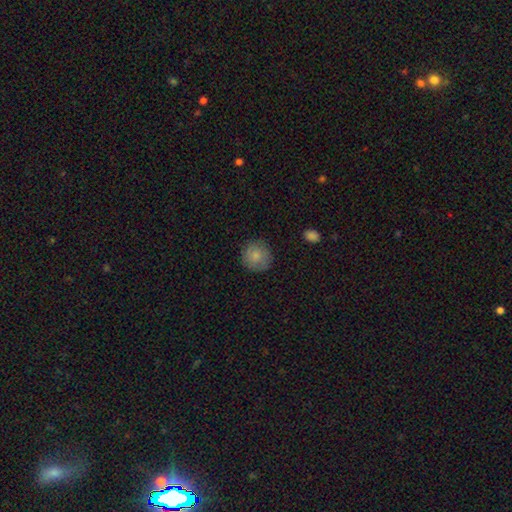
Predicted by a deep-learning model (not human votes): Smooth or featured? smooth (81%)
How rounded? round (92%)
Merging? none (83%)